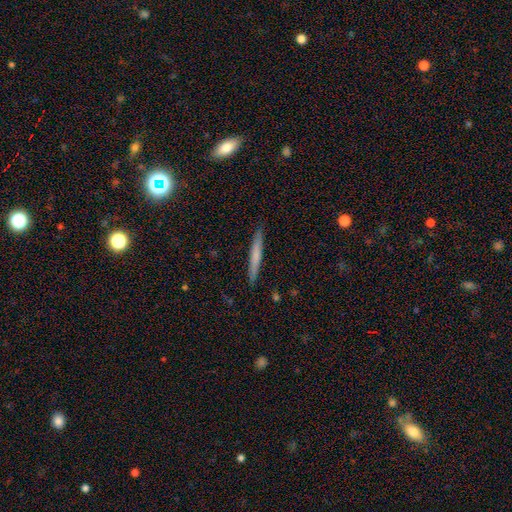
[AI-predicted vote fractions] Morphology: type=smooth (62%); roundness=cigar-shaped (96%); merging=none (90%).